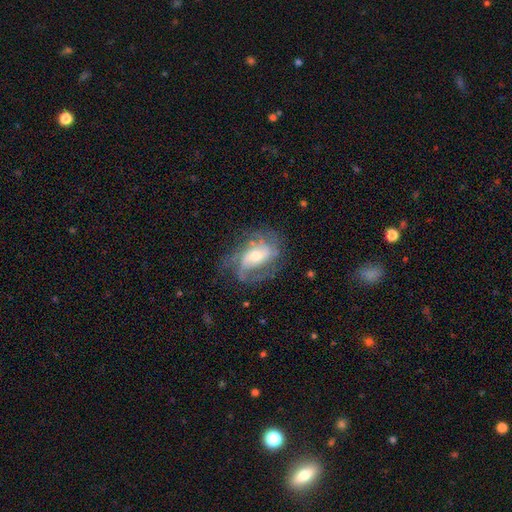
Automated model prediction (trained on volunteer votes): Overall: featured or disk (80%). Edge-on disk: no (96%). Bar: no (52%; weak 34%). Spiral arms: yes (91%). Spiral arm count: 2 (36%; can't tell 26%). Spiral winding: medium (42%; tight 31%). Bulge size: moderate (48%; small 44%). Merging: none (62%).